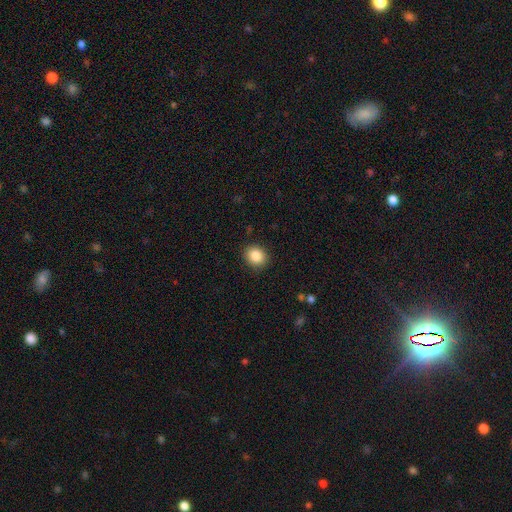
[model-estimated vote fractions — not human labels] Smooth or featured?
  - smooth: 86% *
  - star or artifact: 9%
  - featured or disk: 5%
How rounded?
  - round: 68% *
  - in between: 32%
  - cigar-shaped: 1%
Merging?
  - none: 90% *
  - minor disturbance: 7%
  - major disturbance: 2%
  - merger: 1%